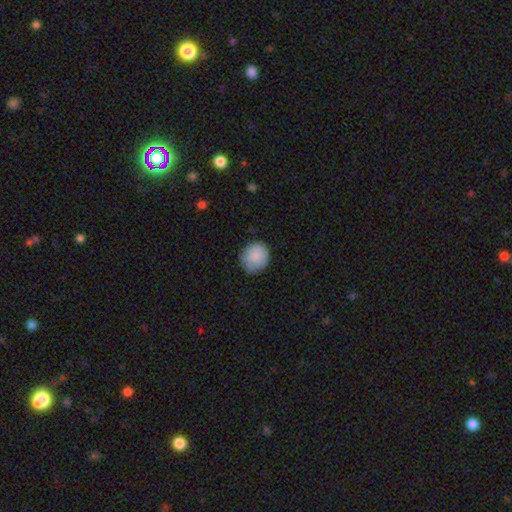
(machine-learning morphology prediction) Smooth or featured?
  - smooth: 87% *
  - star or artifact: 7%
  - featured or disk: 6%
How rounded?
  - round: 80% *
  - in between: 19%
  - cigar-shaped: 1%
Merging?
  - none: 78% *
  - minor disturbance: 18%
  - major disturbance: 3%
  - merger: 1%